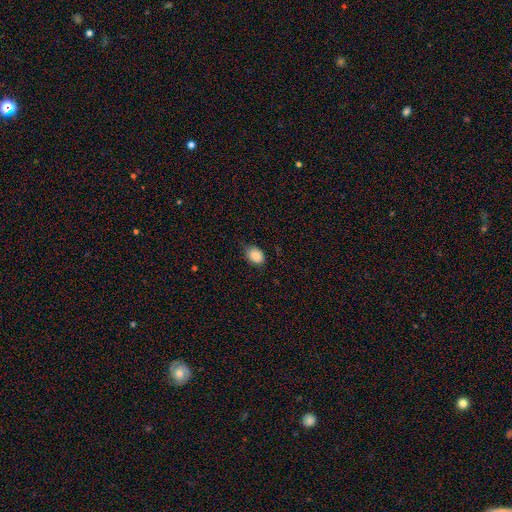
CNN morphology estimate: smooth-or-featured: smooth: 87% | star or artifact: 8% | featured or disk: 4%
  how-rounded: in between: 60% | round: 39% | cigar-shaped: 1%
  merging: none: 71% | minor disturbance: 23% | major disturbance: 4% | merger: 1%